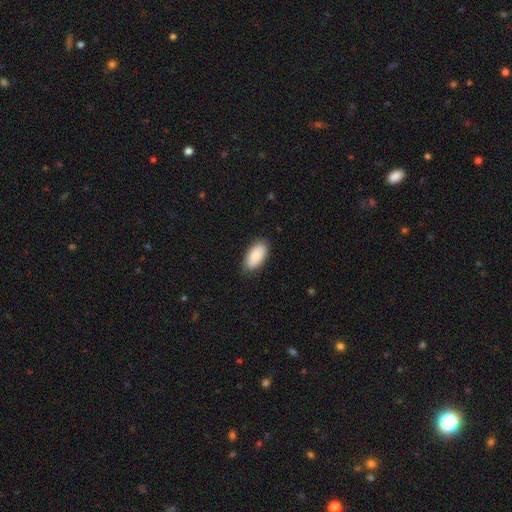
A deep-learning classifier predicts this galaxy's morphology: Smooth or featured: smooth — 87% (featured or disk — 8%)
How rounded: in between — 94% (cigar-shaped — 4%)
Merging: none — 85% (minor disturbance — 12%)